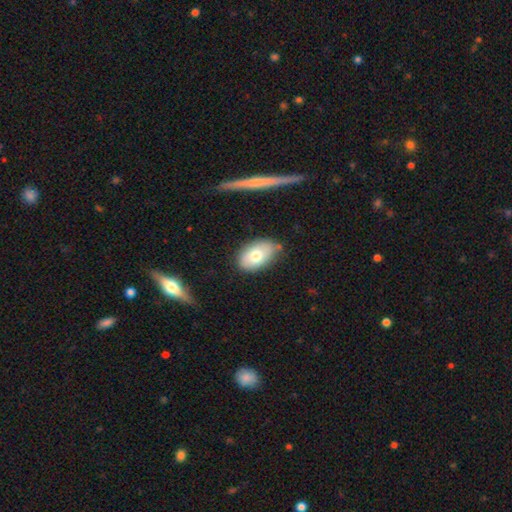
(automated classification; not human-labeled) Smooth or featured? smooth (73%)
How rounded? in between (90%)
Merging? none (77%)